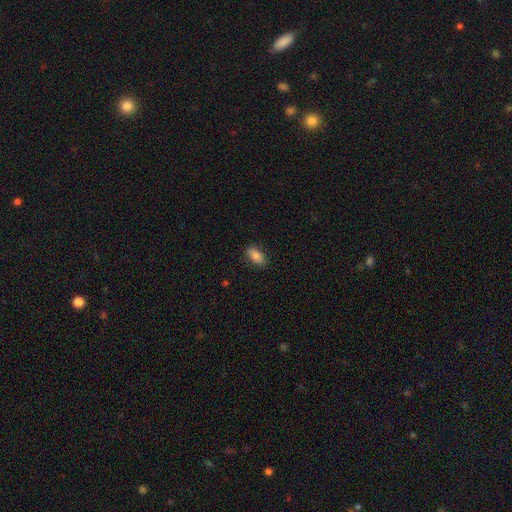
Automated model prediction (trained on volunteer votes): Smooth or featured? Predicted: smooth (p=0.82). How rounded? Predicted: in between (p=0.89). Merging? Predicted: none (p=0.83).